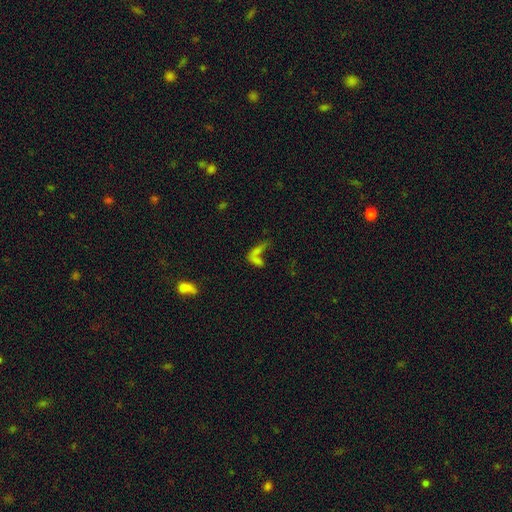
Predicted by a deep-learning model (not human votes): This is possibly a smooth galaxy (59%). How rounded: possibly in between (50%). Merging: possibly merger (55%).